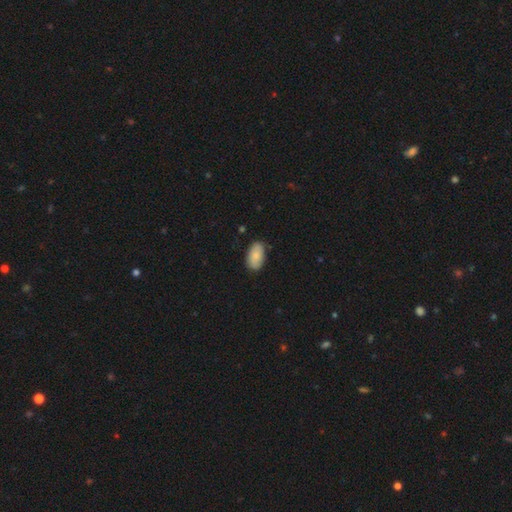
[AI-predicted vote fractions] Smooth or featured?
  - smooth: 83% *
  - featured or disk: 11%
  - star or artifact: 6%
How rounded?
  - in between: 94% *
  - round: 4%
  - cigar-shaped: 2%
Merging?
  - none: 81% *
  - minor disturbance: 15%
  - major disturbance: 2%
  - merger: 1%